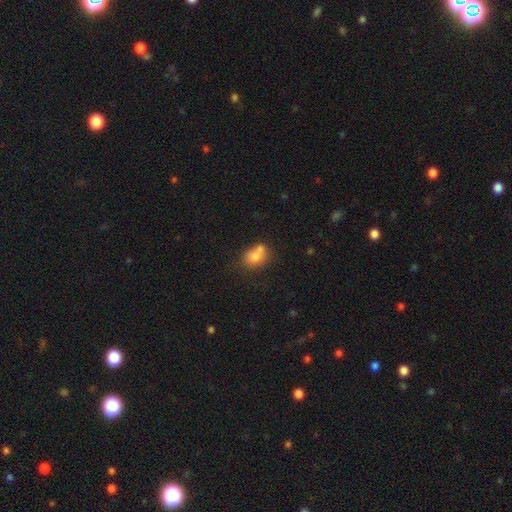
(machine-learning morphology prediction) A smooth galaxy with no disk features (74%) that is in between round and cigar-shaped (54%).

Vote fractions:
- Smooth or featured? smooth: 74% / featured or disk: 15% / star or artifact: 11%
- How rounded? in between: 54% / round: 45% / cigar-shaped: 1%
- Merging? merger: 39% (tied) / none: 39% (tied) / minor disturbance: 16% / major disturbance: 6%